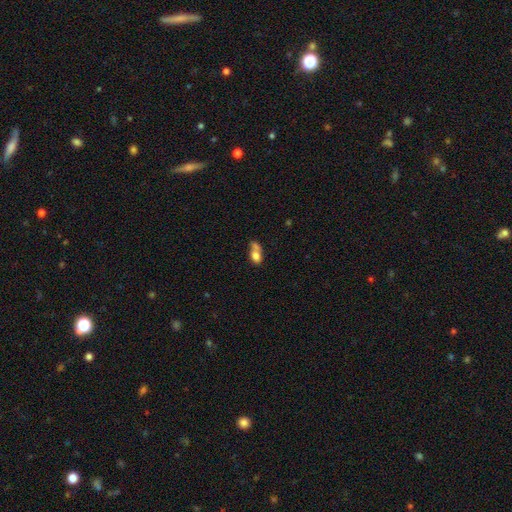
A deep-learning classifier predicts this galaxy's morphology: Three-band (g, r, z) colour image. It shows a smooth galaxy with no disk features (72%) that is in between round and cigar-shaped (76%). Merging: merger (45%).